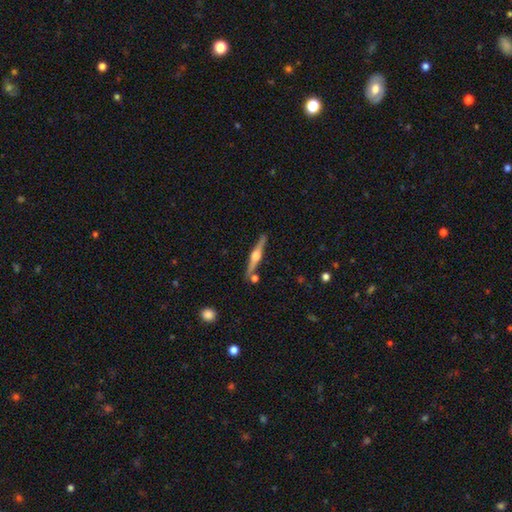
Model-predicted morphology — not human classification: The model was most divided on "smooth or featured": featured or disk: 80%, smooth: 14%, star or artifact: 5%. More confident: edge-on disk — yes (98%); edge-on bulge — rounded (90%); merging — none (84%).